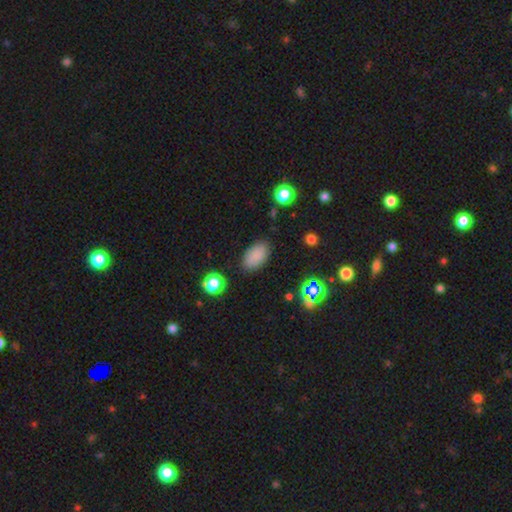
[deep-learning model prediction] Overall: smooth (84%). How rounded: in between (94%). Merging: none (86%).